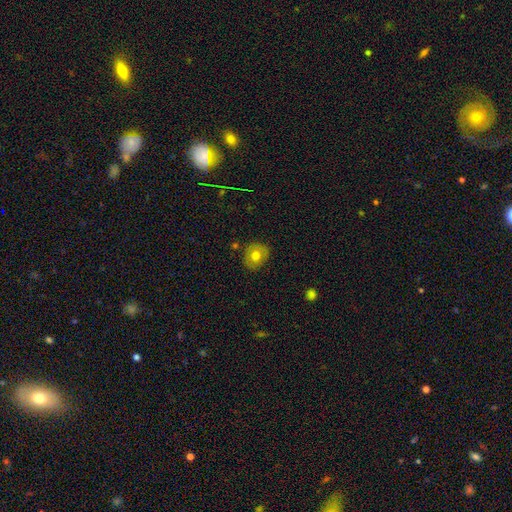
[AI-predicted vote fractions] smooth_or_featured: smooth (p=0.67) [alt: featured or disk p=0.24]
how_rounded: round (p=0.74) [alt: in between p=0.25]
merging: none (p=0.84) [alt: minor disturbance p=0.12]